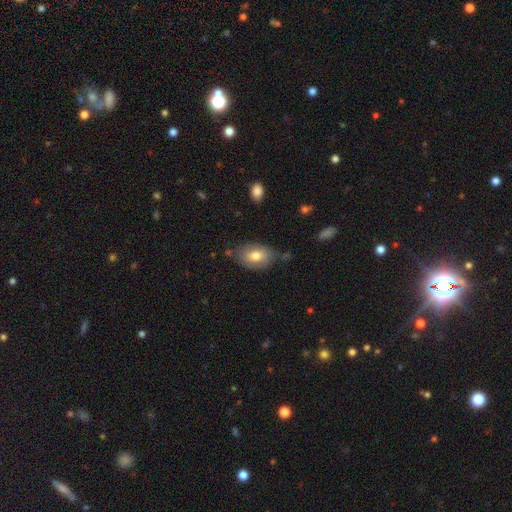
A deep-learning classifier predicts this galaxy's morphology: A smooth galaxy with no disk features (74%) that is in between round and cigar-shaped (88%).

Vote fractions:
- Smooth or featured? smooth: 74% / featured or disk: 19% / star or artifact: 7%
- How rounded? in between: 88% / round: 11% / cigar-shaped: 2%
- Merging? none: 69% / minor disturbance: 21% / major disturbance: 5% / merger: 5%